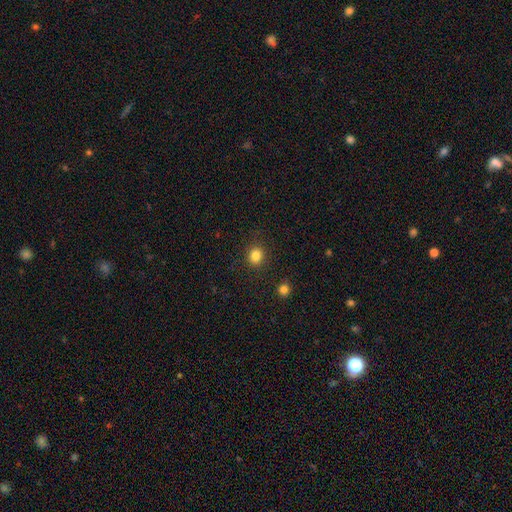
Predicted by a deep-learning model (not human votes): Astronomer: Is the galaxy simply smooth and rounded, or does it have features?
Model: smooth — 84%.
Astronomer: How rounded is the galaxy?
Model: round — 81%.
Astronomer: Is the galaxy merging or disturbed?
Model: none — 89%.